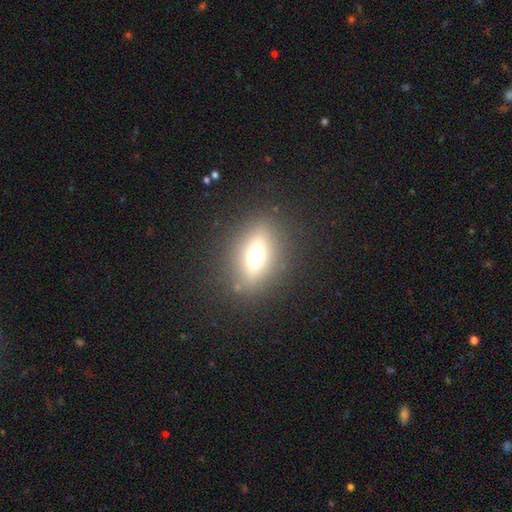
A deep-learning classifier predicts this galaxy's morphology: A smooth galaxy with no disk features (50%) that is in between round and cigar-shaped (57%). Merging: none (84%).